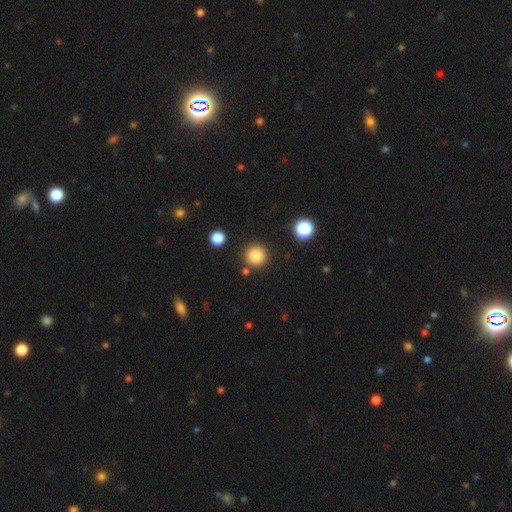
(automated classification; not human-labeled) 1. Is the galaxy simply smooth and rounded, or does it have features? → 84% smooth, 11% star or artifact, 5% featured or disk.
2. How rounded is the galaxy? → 95% round, 4% in between, 1% cigar-shaped.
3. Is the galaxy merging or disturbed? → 87% none, 6% minor disturbance, 4% merger, 2% major disturbance.